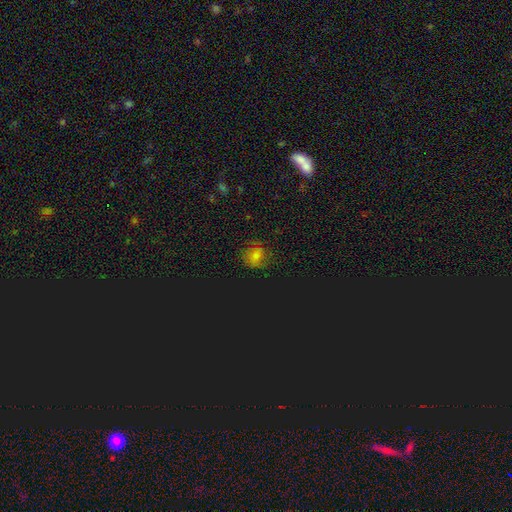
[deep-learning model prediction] Smooth or featured: smooth — 42% (tied with star or artifact — 42%)
Merging: none — 73% (minor disturbance — 17%)